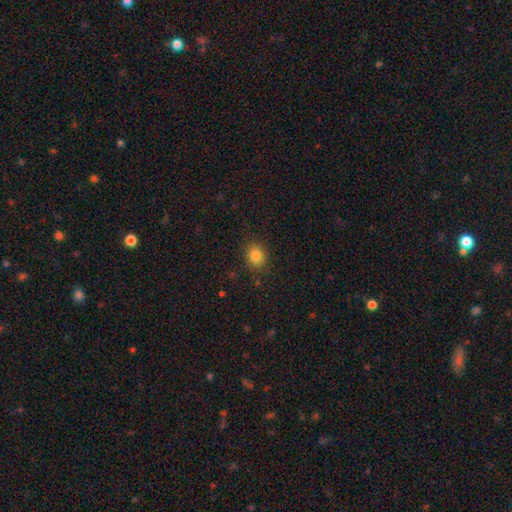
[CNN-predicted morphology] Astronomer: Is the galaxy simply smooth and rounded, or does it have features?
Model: smooth — 83%.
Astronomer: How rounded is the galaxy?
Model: round — 68%.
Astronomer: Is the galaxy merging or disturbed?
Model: none — 87%.